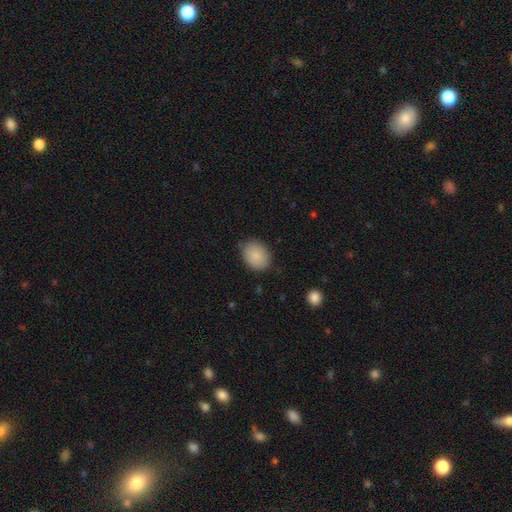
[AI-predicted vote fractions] A smooth galaxy with no disk features (86%) that is in between round and cigar-shaped (60%). Merging: none (78%).